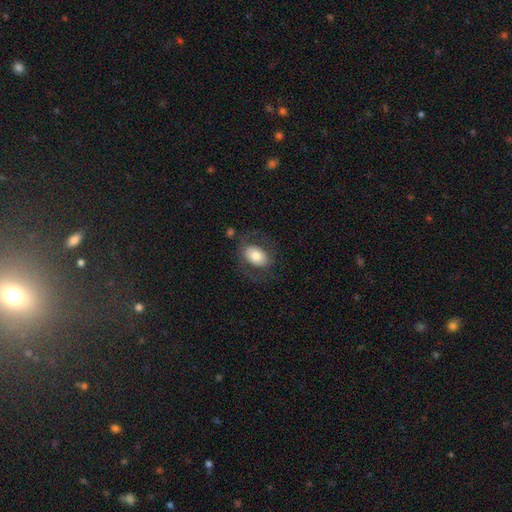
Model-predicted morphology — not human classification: This is likely a smooth galaxy (66%). How rounded: clearly in between (83%). Merging: likely none (69%).